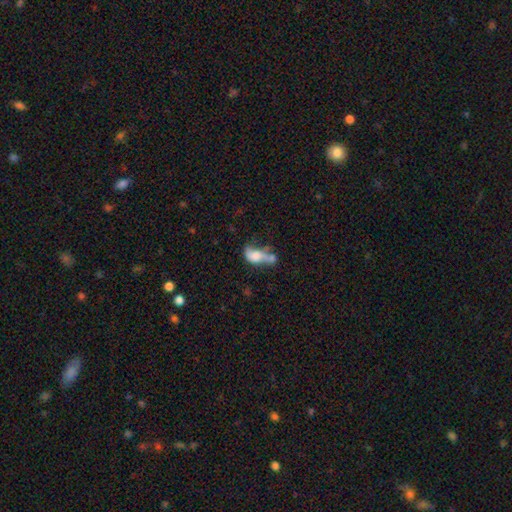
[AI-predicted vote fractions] A smooth galaxy with no disk features (52%) that is in between round and cigar-shaped (80%).

Vote fractions:
- Smooth or featured? smooth: 52% / featured or disk: 38% / star or artifact: 11%
- How rounded? in between: 80% / round: 10% / cigar-shaped: 10%
- Merging? merger: 38% / major disturbance: 26% / none: 19% / minor disturbance: 17%